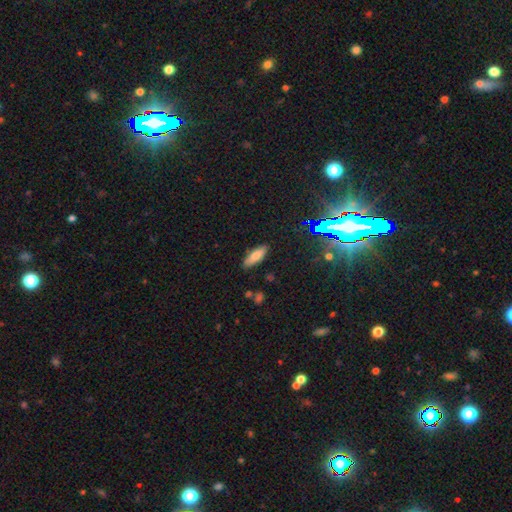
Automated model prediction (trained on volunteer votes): smooth 76%, featured or disk 14%, star or artifact 11%. Down the decision tree: how rounded — in between (61%); merging — none (85%).